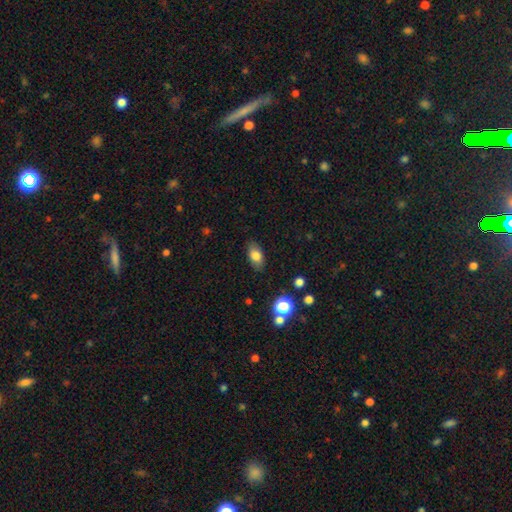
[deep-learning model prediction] The model was most divided on "smooth or featured": smooth: 79%, featured or disk: 12%, star or artifact: 9%. More confident: how rounded — in between (89%); merging — none (84%).